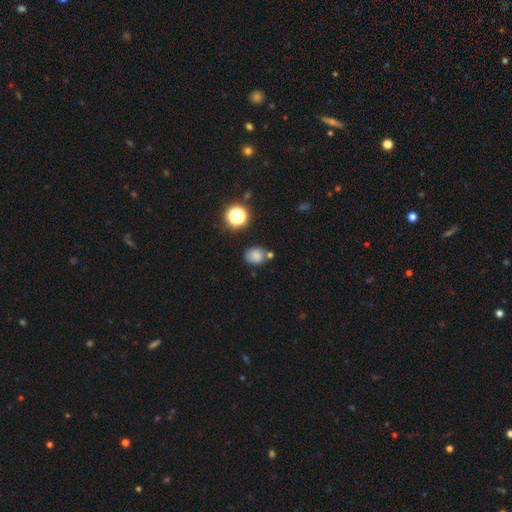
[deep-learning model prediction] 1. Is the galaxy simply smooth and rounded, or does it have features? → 77% smooth, 15% star or artifact, 8% featured or disk.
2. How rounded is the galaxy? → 59% round, 40% in between, 1% cigar-shaped.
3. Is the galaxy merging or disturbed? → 65% none, 18% minor disturbance, 12% merger, 5% major disturbance.